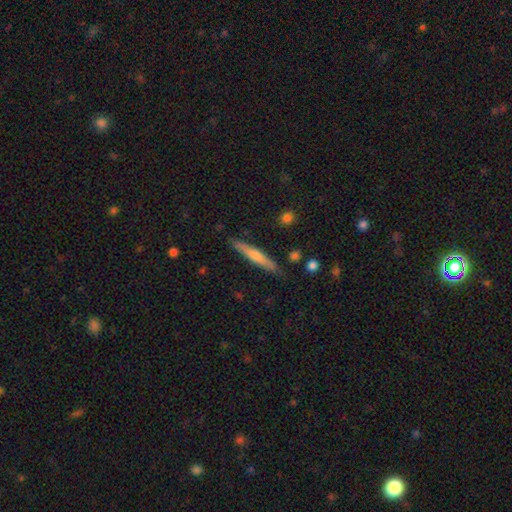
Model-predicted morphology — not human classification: A smooth galaxy with no disk features (49%).

Vote fractions:
- Smooth or featured? smooth: 49% / featured or disk: 45% / star or artifact: 6%
- Merging? none: 86% / minor disturbance: 10% / major disturbance: 2% / merger: 2%